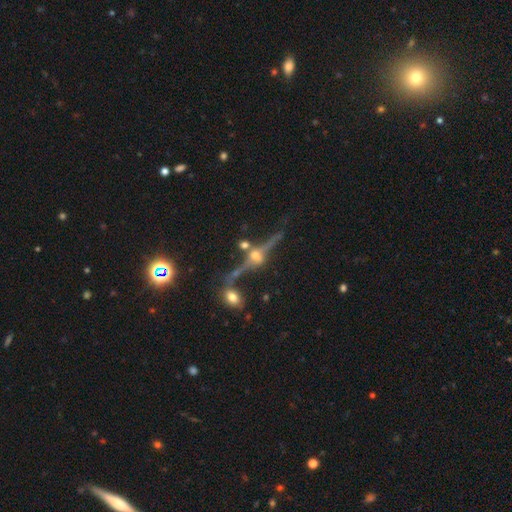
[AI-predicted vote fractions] smooth_or_featured: featured or disk (p=0.81) [alt: star or artifact p=0.11]
disk_edge_on: yes (p=0.91) [alt: no p=0.09]
edge_on_bulge: rounded (p=0.94) [alt: boxy p=0.04]
merging: none (p=0.69) [alt: merger p=0.13]